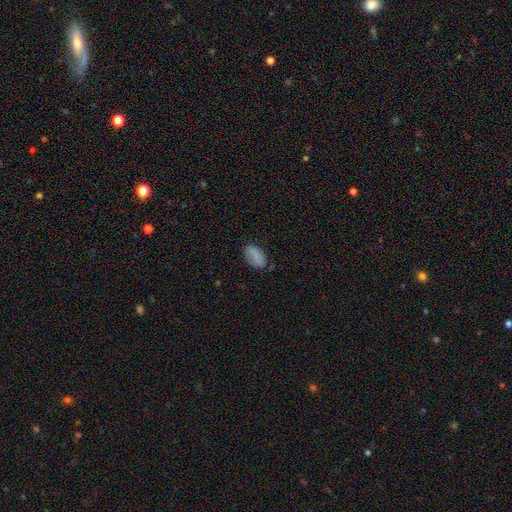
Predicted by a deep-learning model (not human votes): smooth_or_featured: smooth (p=0.82) [alt: star or artifact p=0.09]
how_rounded: in between (p=0.93) [alt: round p=0.05]
merging: none (p=0.72) [alt: minor disturbance p=0.20]